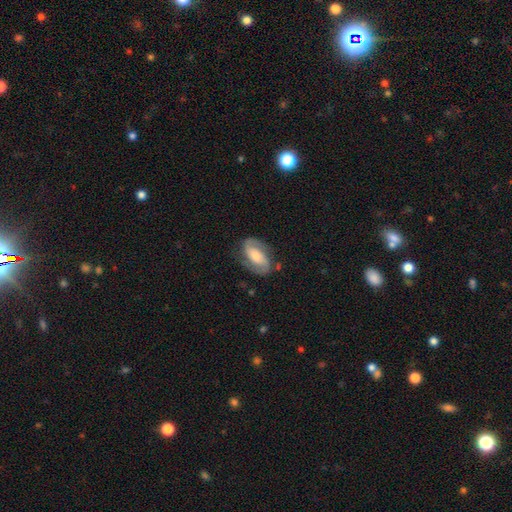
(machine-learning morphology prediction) featured or disk 77%, smooth 17%, star or artifact 6%. Down the decision tree: edge-on disk — no (96%); bar — no (36%, tied with weak); spiral arms — yes (93%); spiral arm count — 2 (90%); spiral winding — medium (47%); bulge size — moderate (47%); merging — none (76%).